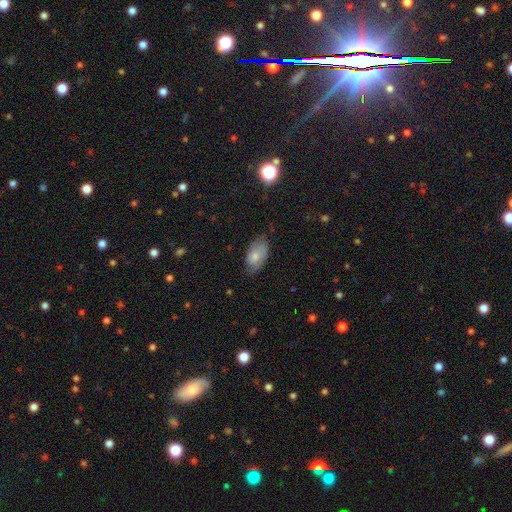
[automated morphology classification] A smooth galaxy with no disk features (68%) that is in between round and cigar-shaped (93%).

Vote fractions:
- Smooth or featured? smooth: 68% / featured or disk: 24% / star or artifact: 7%
- How rounded? in between: 93% / round: 5% / cigar-shaped: 2%
- Merging? none: 66% / minor disturbance: 28% / major disturbance: 6% / merger: 1%